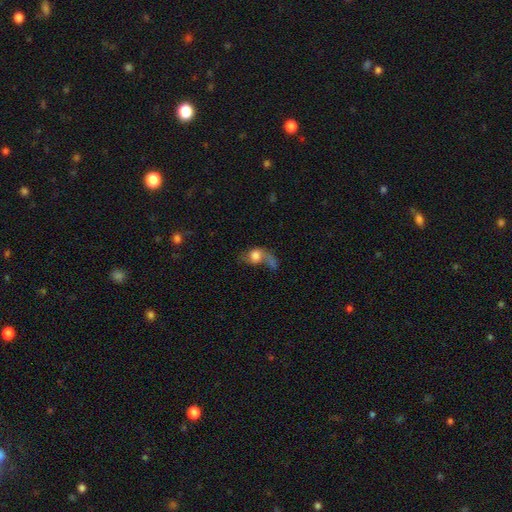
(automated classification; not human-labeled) Q: Smooth or featured?
A: smooth (55%); runner-up: featured or disk (34%)
Q: How rounded?
A: in between (53%); runner-up: round (45%)
Q: Merging?
A: major disturbance (40%); runner-up: merger (25%)